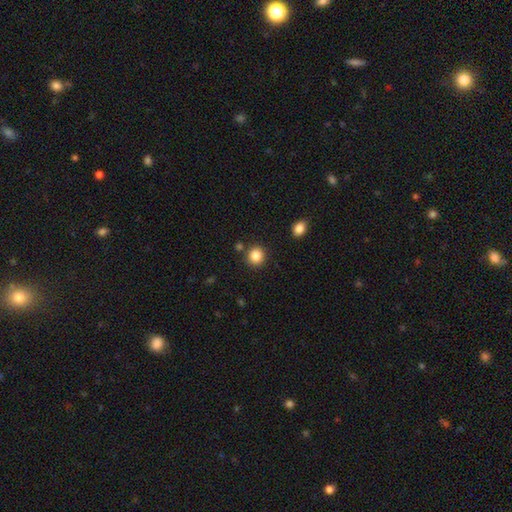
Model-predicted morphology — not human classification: A smooth galaxy with no disk features (85%) that is round (89%). Merging: none (86%).